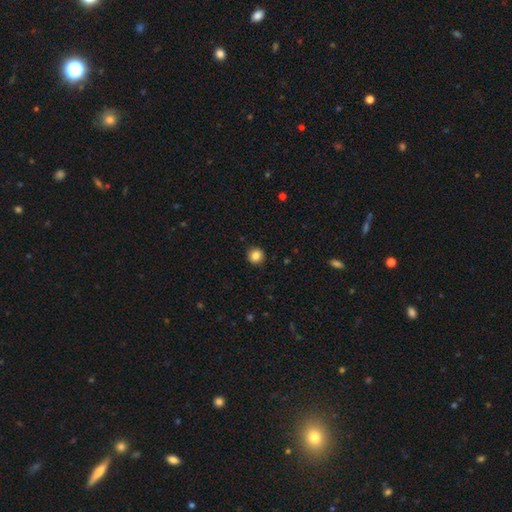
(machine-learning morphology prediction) Smooth or featured?
  - smooth: 85% *
  - star or artifact: 10%
  - featured or disk: 5%
How rounded?
  - round: 93% *
  - in between: 6%
  - cigar-shaped: 1%
Merging?
  - none: 91% *
  - minor disturbance: 6%
  - major disturbance: 2%
  - merger: 1%